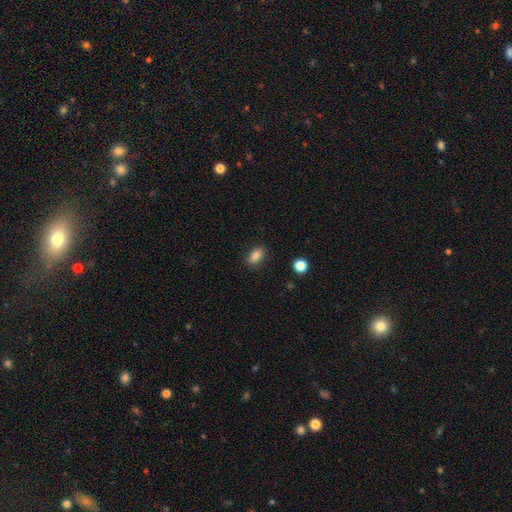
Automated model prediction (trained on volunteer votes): Smooth or featured? Predicted: smooth (p=0.85). How rounded? Predicted: in between (p=0.87). Merging? Predicted: none (p=0.87).